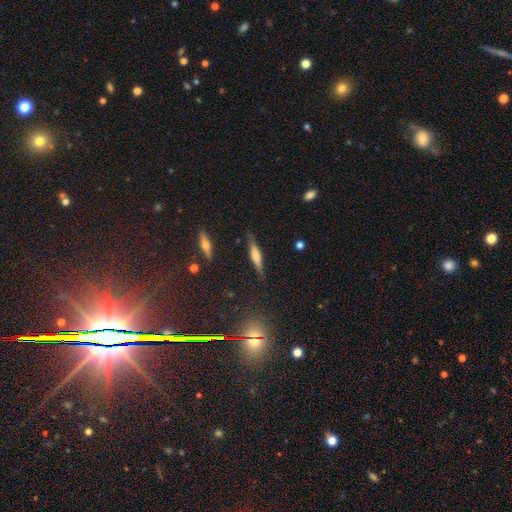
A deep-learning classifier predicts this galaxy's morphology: Smooth or featured?
  - featured or disk: 52% *
  - smooth: 40%
  - star or artifact: 8%
Edge-on disk?
  - yes: 95% *
  - no: 5%
Merging?
  - none: 82% *
  - minor disturbance: 14%
  - major disturbance: 3%
  - merger: 2%